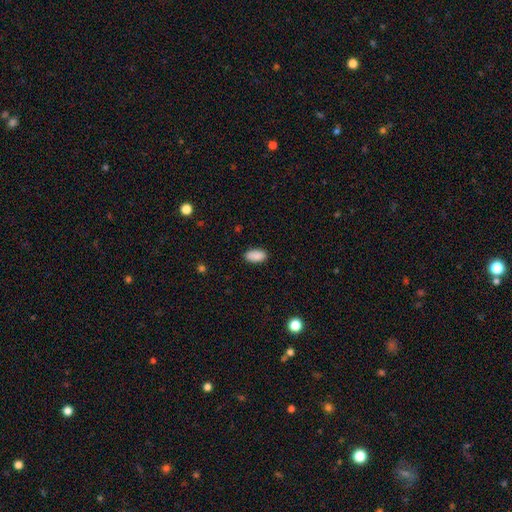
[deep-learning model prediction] Smooth or featured: smooth — 90% (star or artifact — 7%)
How rounded: in between — 94% (cigar-shaped — 3%)
Merging: none — 87% (minor disturbance — 10%)